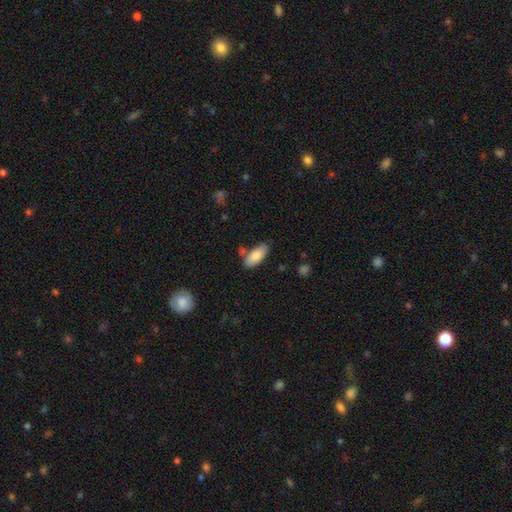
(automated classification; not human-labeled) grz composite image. It shows a smooth galaxy with no disk features (83%) that is in between round and cigar-shaped (86%). Merging: none (69%).